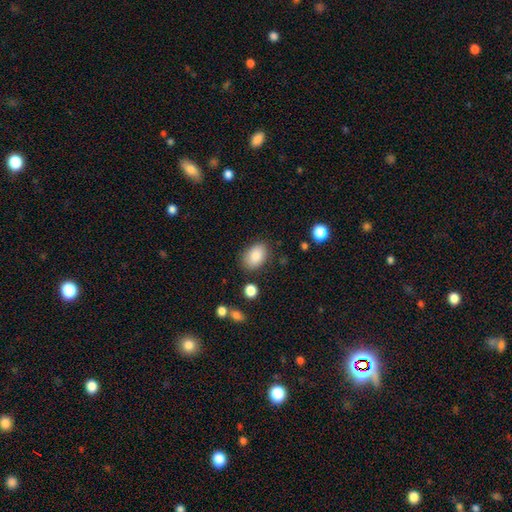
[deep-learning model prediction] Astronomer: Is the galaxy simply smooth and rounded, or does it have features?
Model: smooth — 86%.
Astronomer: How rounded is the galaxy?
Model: in between — 84%.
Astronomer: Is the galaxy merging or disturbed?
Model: none — 81%.